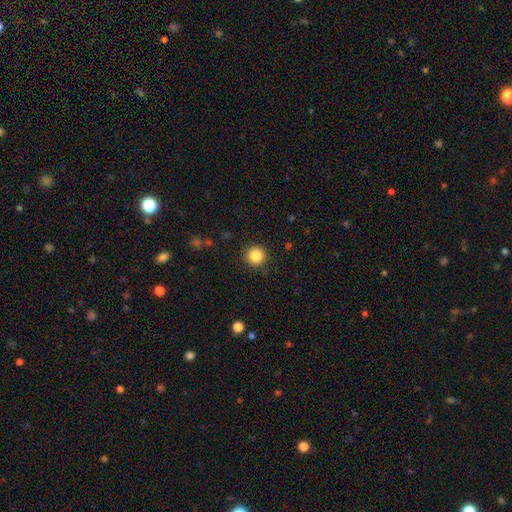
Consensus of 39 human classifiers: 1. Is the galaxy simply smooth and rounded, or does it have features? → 90% smooth, 5% featured or disk, 5% star or artifact.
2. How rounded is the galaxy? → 100% round, 0% in between, 0% cigar-shaped.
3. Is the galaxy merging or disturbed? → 97% none, 3% minor disturbance, 0% major disturbance, 0% merger.